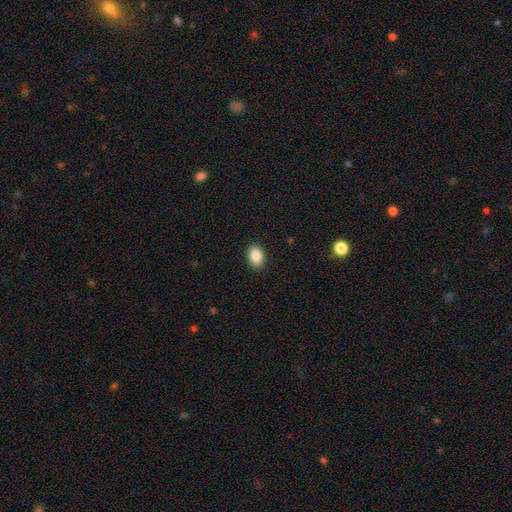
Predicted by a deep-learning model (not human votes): Q: Smooth or featured?
A: smooth (88%); runner-up: star or artifact (8%)
Q: How rounded?
A: in between (82%); runner-up: round (17%)
Q: Merging?
A: none (90%); runner-up: minor disturbance (7%)